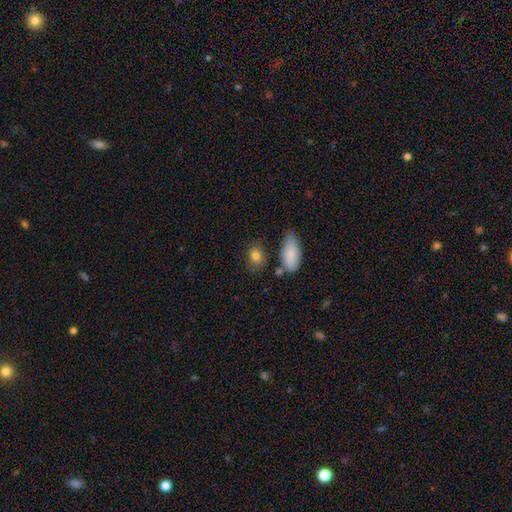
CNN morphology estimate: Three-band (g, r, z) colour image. It shows a smooth galaxy with no disk features (83%) that is in between round and cigar-shaped (63%). Merging: none (72%).